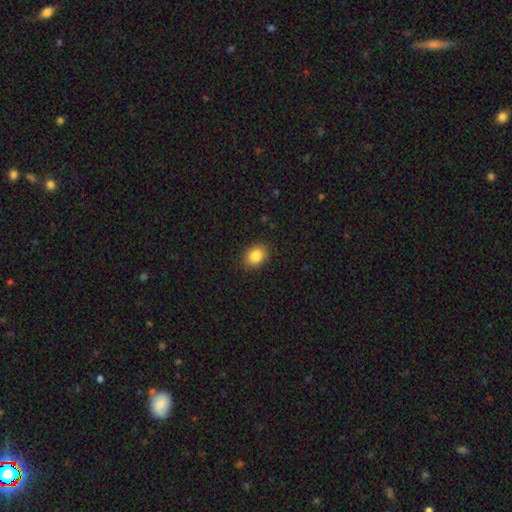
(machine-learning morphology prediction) The model was most divided on "how rounded": in between: 59%, round: 40%, cigar-shaped: 1%. More confident: merging — none (89%); smooth or featured — smooth (86%).